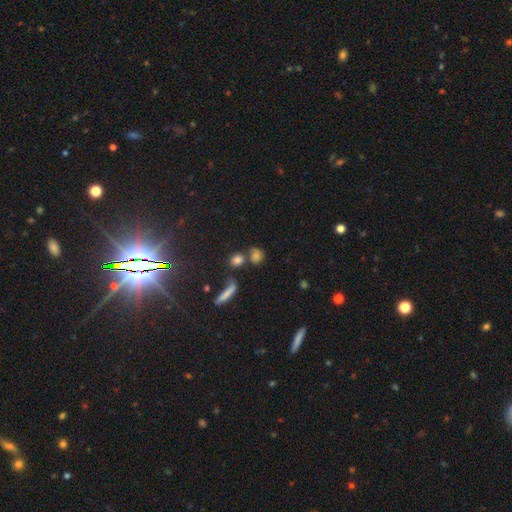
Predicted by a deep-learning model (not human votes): Smooth or featured: smooth — 70% (star or artifact — 19%)
How rounded: round — 69% (in between — 25%)
Merging: none — 57% (merger — 25%)